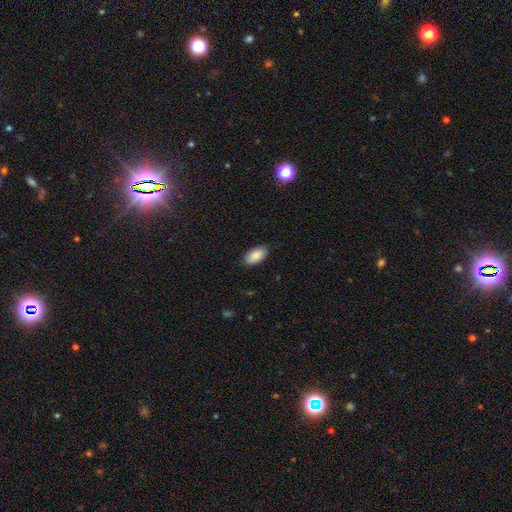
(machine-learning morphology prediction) This appears to be a smooth galaxy with no disk features (88%) that is in between round and cigar-shaped (95%). Merging: none (83%).